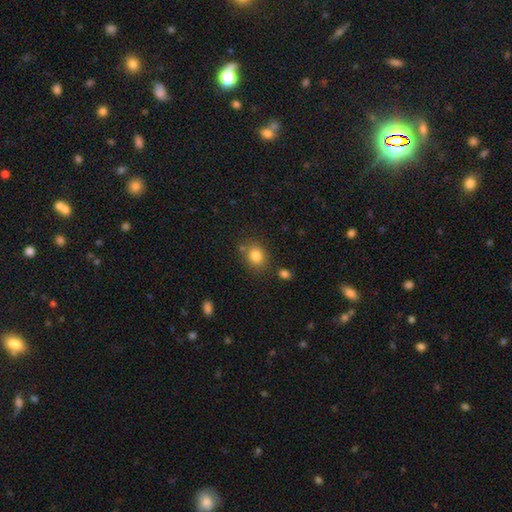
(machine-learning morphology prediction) A smooth galaxy with no disk features (82%) that is round (56%). Merging: none (73%).